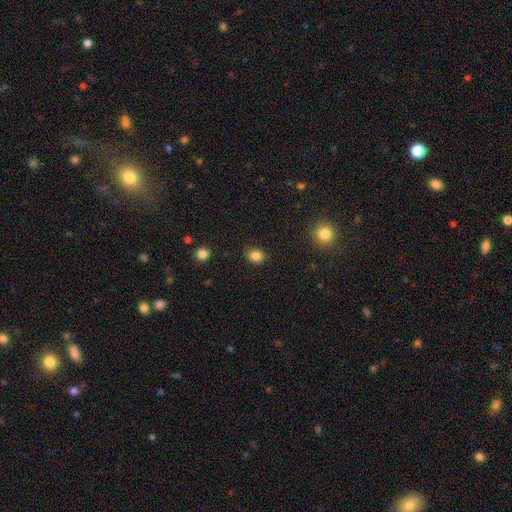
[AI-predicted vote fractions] The model was most divided on "how rounded": round: 60%, in between: 39%, cigar-shaped: 1%. More confident: smooth or featured — smooth (84%); merging — none (82%).